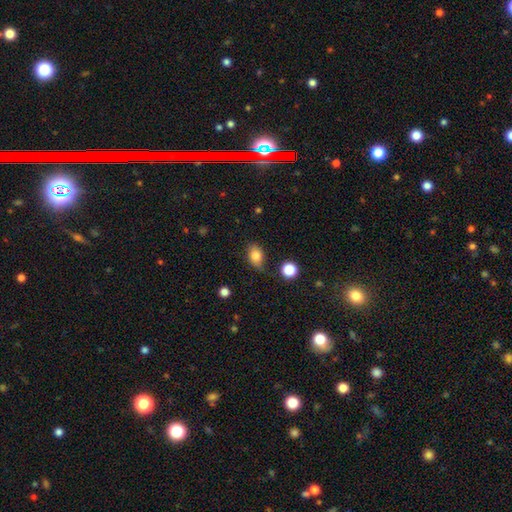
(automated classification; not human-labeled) Overall: smooth (80%). How rounded: in between (74%). Merging: none (63%; minor disturbance 27%).